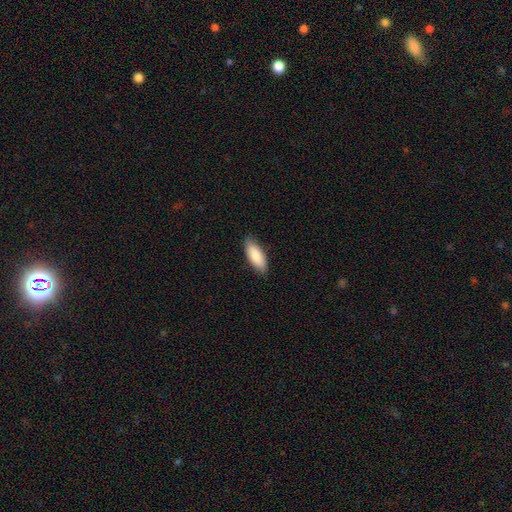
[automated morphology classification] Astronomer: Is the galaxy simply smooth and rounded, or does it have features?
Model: smooth — 87%.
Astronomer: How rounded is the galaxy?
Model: in between — 78%.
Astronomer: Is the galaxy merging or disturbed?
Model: none — 86%.